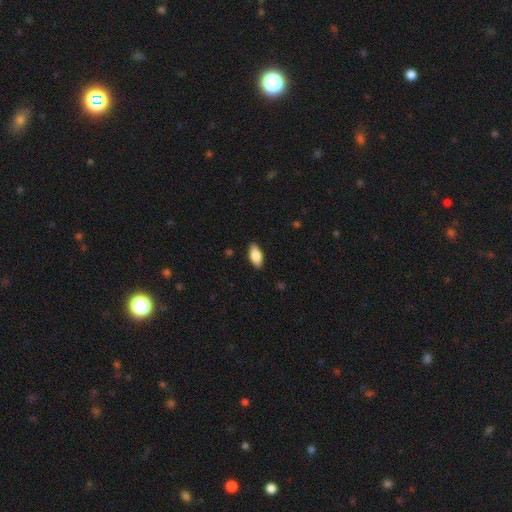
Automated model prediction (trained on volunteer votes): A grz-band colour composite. It shows a smooth galaxy with no disk features (81%) that is in between round and cigar-shaped (86%). Merging: none (88%).